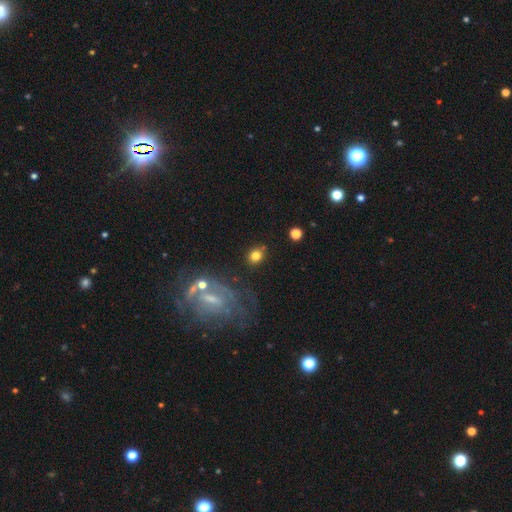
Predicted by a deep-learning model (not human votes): Overall: smooth (76%). How rounded: round (62%; in between 37%). Merging: none (79%).